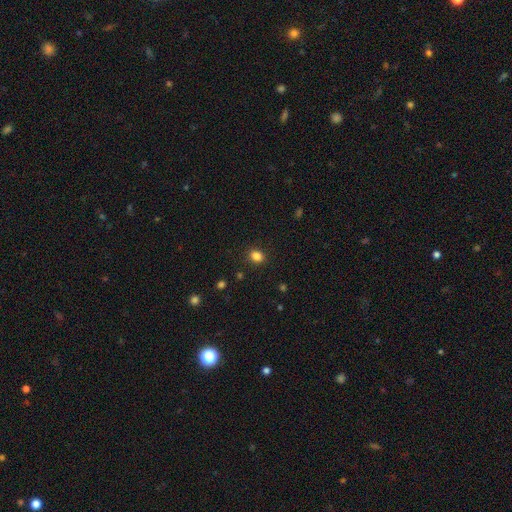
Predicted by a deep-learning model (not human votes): A smooth galaxy with no disk features (84%) that is round (53%).

Vote fractions:
- Smooth or featured? smooth: 84% / star or artifact: 12% / featured or disk: 4%
- How rounded? round: 53% / in between: 46% / cigar-shaped: 1%
- Merging? none: 89% / minor disturbance: 7% / major disturbance: 2% / merger: 1%